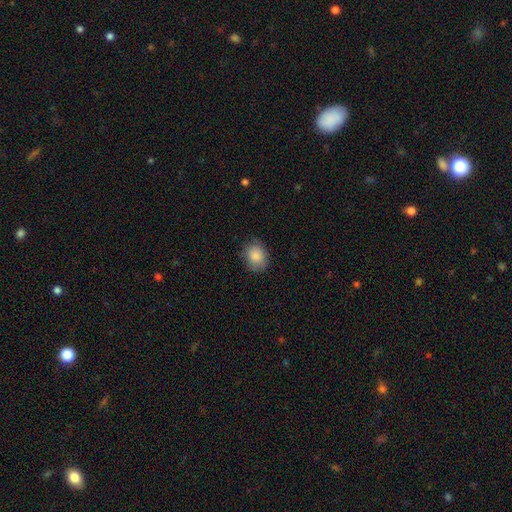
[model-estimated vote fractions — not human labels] Smooth or featured? Predicted: smooth (p=0.87). How rounded? Predicted: round (p=0.57). Merging? Predicted: none (p=0.79).